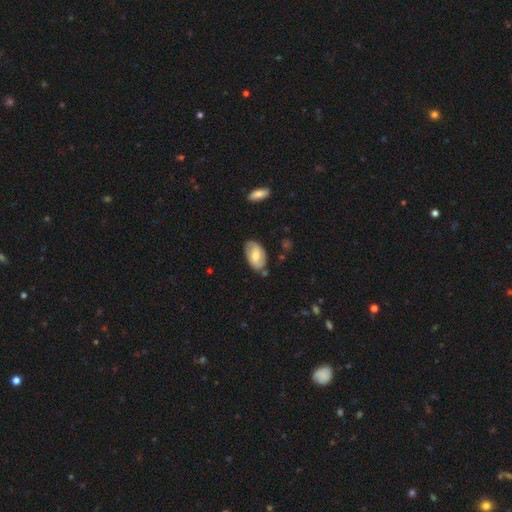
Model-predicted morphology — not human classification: Overall: smooth (58%; featured or disk 36%). How rounded: in between (93%). Merging: none (72%).